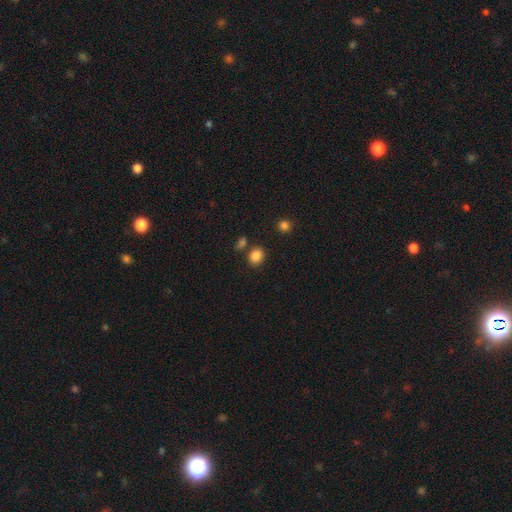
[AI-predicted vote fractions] This appears to be a smooth galaxy with no disk features (86%) that is round (50%). Merging: none (75%).